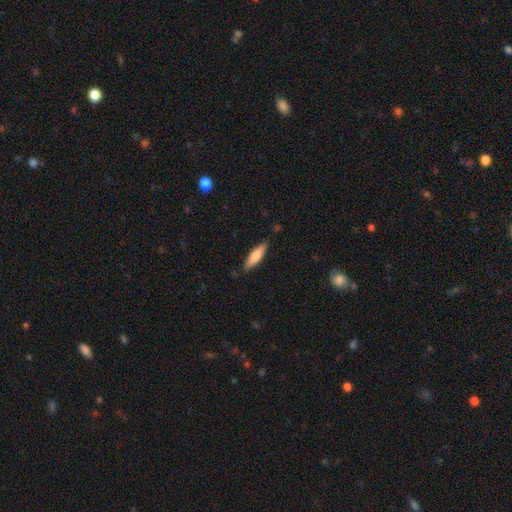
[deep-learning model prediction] This appears to be a smooth galaxy with no disk features (77%) that is cigar-shaped (63%). Merging: none (85%).